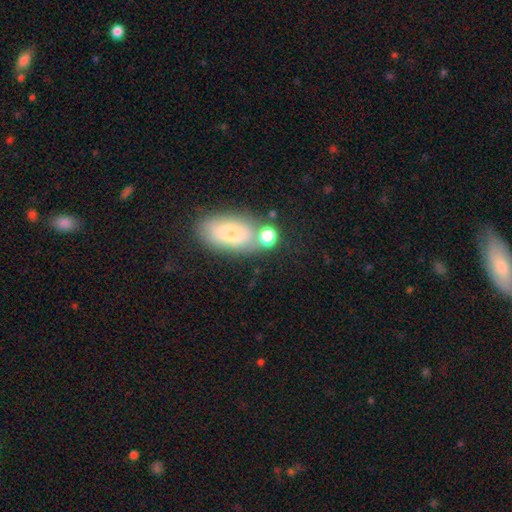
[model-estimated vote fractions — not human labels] smooth 73%, featured or disk 14%, star or artifact 13%. Down the decision tree: how rounded — in between (88%); merging — none (64%).